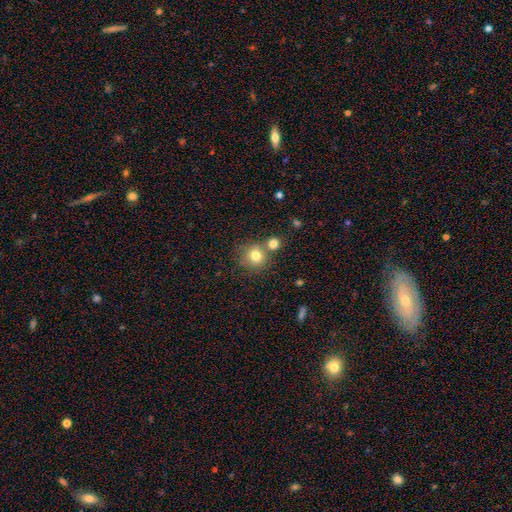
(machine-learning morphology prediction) Smooth or featured: smooth — 78% (star or artifact — 12%)
How rounded: round — 86% (in between — 13%)
Merging: none — 61% (merger — 25%)